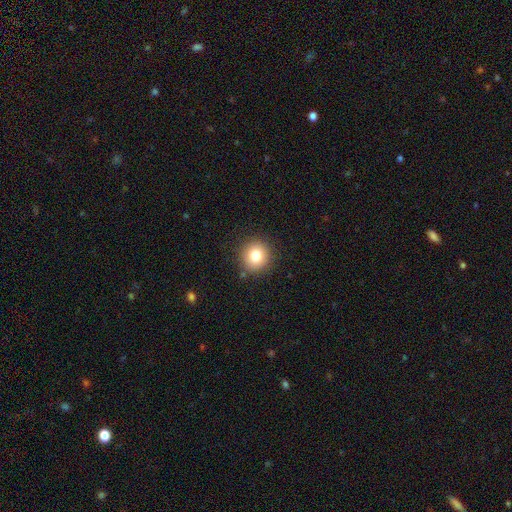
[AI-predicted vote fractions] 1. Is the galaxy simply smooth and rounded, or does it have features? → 80% smooth, 11% star or artifact, 9% featured or disk.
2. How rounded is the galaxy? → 91% round, 8% in between, 1% cigar-shaped.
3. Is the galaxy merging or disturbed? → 88% none, 8% minor disturbance, 2% major disturbance, 2% merger.